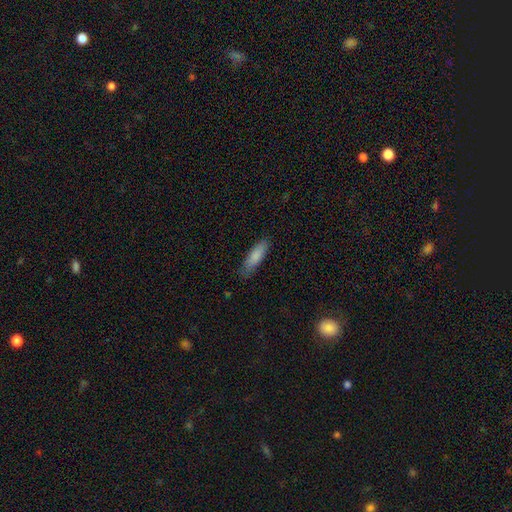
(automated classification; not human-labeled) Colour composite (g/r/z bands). It shows a smooth galaxy with no disk features (84%) that is cigar-shaped (59%). Merging: none (80%).